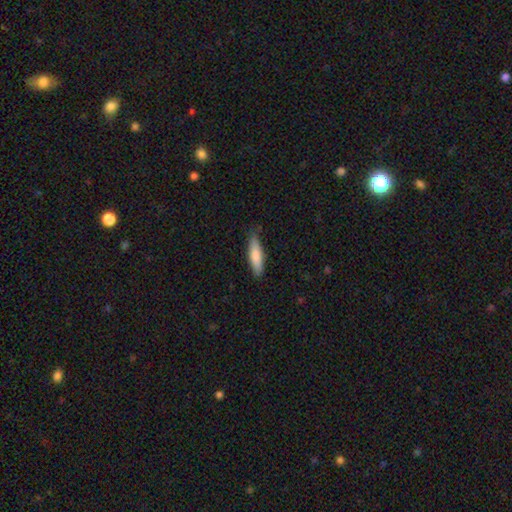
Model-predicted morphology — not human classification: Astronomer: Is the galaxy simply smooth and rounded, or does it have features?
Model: smooth — 81%.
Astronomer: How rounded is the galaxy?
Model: cigar-shaped — 65%.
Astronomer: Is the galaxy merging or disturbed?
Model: none — 80%.